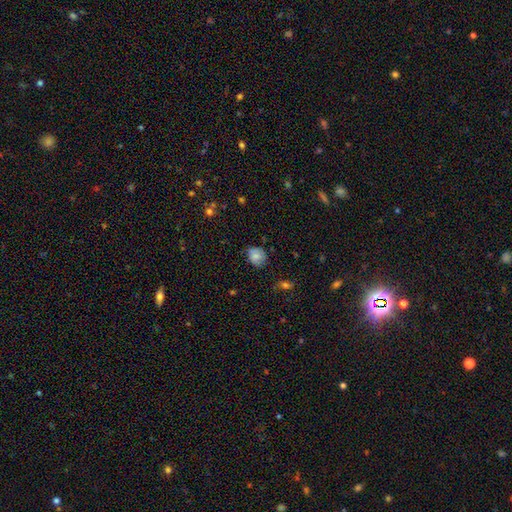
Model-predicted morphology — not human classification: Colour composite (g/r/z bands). It shows a smooth galaxy with no disk features (75%) that is round (58%). Merging: none (66%).